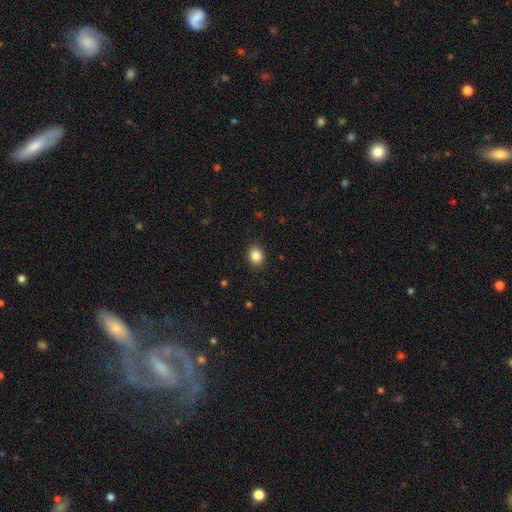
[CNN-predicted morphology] smooth 85%, star or artifact 10%, featured or disk 5%. Down the decision tree: how rounded — round (55%); merging — none (90%).